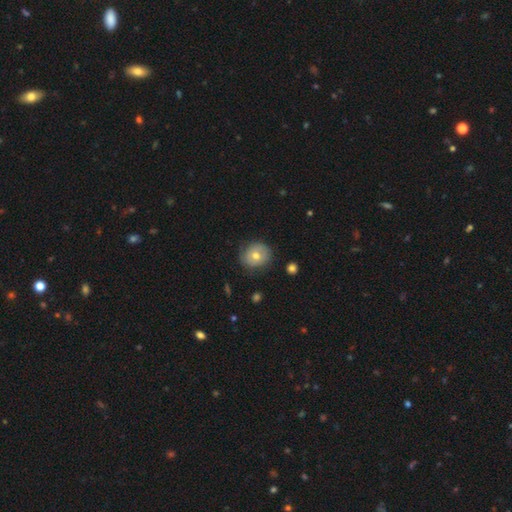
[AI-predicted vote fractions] A smooth galaxy with no disk features (66%) that is round (75%). Merging: none (77%).